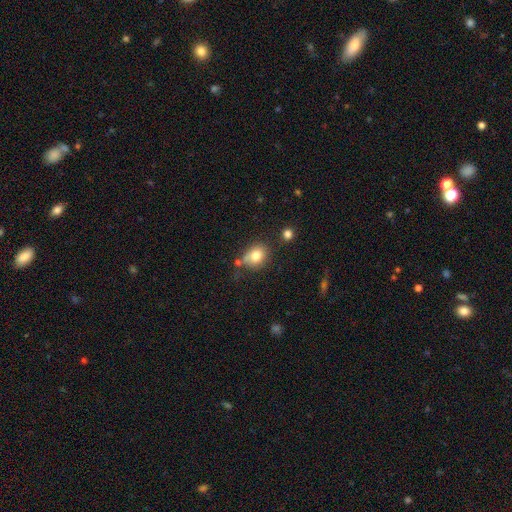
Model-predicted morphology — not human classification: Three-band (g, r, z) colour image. It shows a smooth galaxy with no disk features (79%) that is in between round and cigar-shaped (50%). Merging: none (61%).